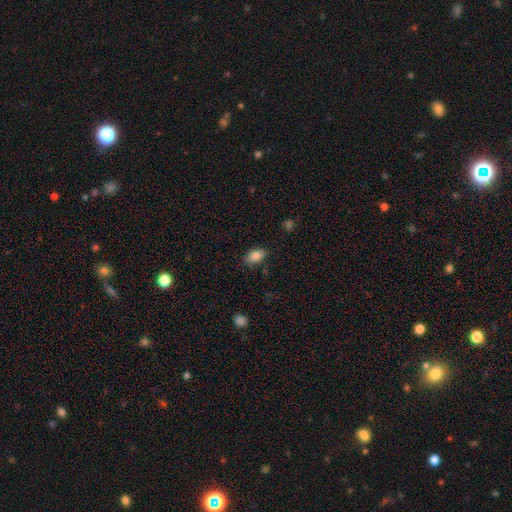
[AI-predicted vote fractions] Smooth or featured?
  - smooth: 83% *
  - featured or disk: 9%
  - star or artifact: 8%
How rounded?
  - in between: 89% *
  - round: 8%
  - cigar-shaped: 2%
Merging?
  - none: 84% *
  - minor disturbance: 12%
  - major disturbance: 3%
  - merger: 1%